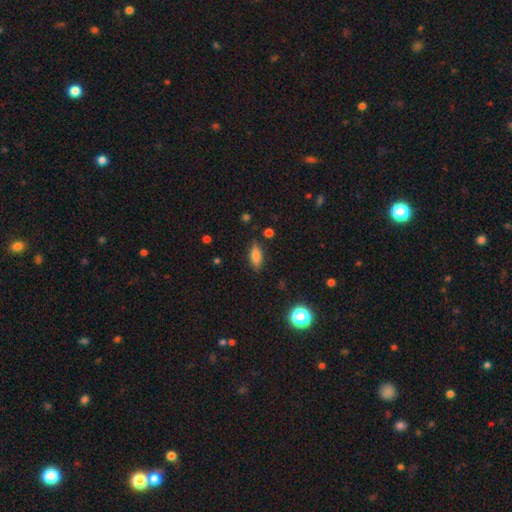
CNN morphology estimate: Smooth or featured? smooth (79%)
How rounded? in between (81%)
Merging? none (83%)